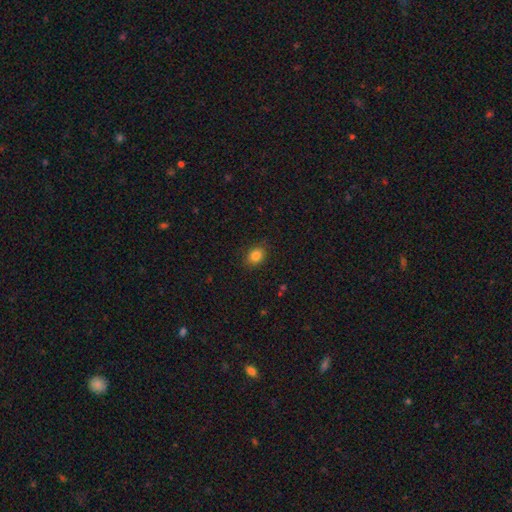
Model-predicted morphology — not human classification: Smooth or featured? Predicted: smooth (p=0.84). How rounded? Predicted: in between (p=0.61). Merging? Predicted: none (p=0.85).